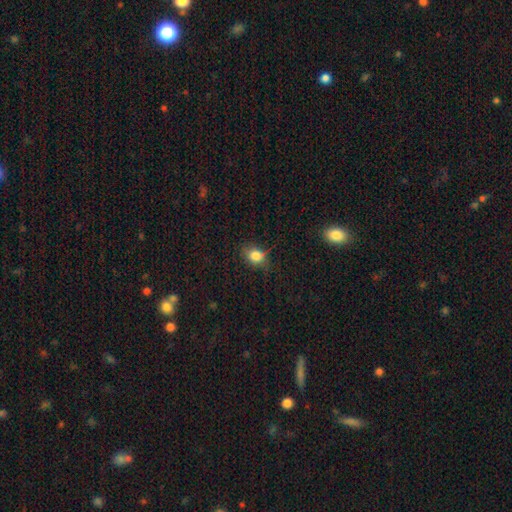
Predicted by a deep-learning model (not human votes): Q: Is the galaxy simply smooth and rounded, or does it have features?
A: smooth — 81%.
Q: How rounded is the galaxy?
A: in between — 57%.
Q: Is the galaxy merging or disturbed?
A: none — 67%.